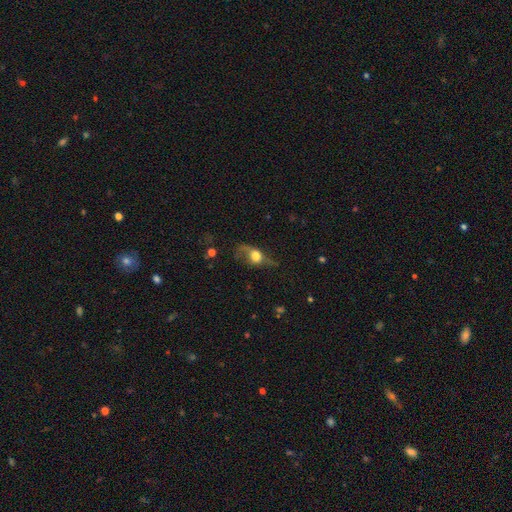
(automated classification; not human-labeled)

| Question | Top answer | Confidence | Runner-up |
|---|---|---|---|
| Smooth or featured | smooth | 47% | featured or disk (43%) |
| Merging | none | 42% | major disturbance (31%) |